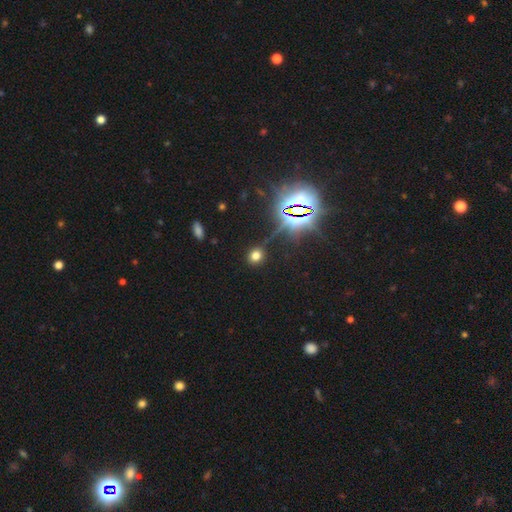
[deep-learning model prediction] Smooth or featured?
  - smooth: 62% *
  - star or artifact: 31%
  - featured or disk: 7%
How rounded?
  - round: 74% *
  - in between: 24%
  - cigar-shaped: 2%
Merging?
  - none: 81% *
  - minor disturbance: 11%
  - major disturbance: 4%
  - merger: 4%